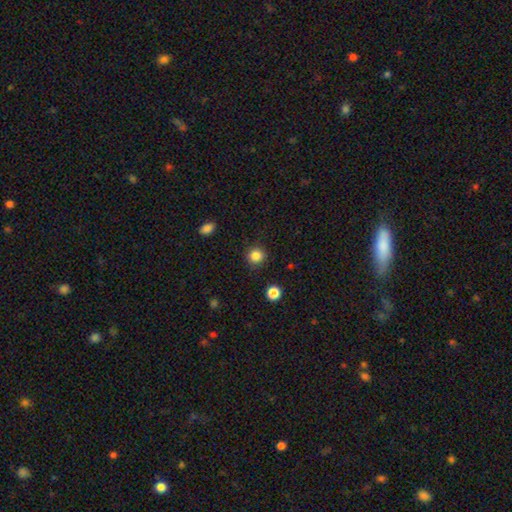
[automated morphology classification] Smooth or featured? smooth (84%)
How rounded? round (92%)
Merging? none (90%)